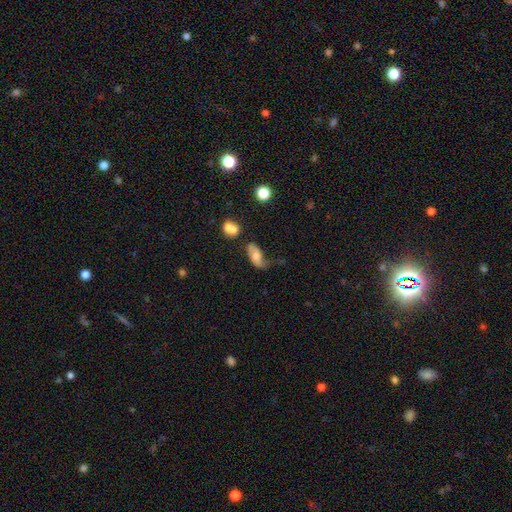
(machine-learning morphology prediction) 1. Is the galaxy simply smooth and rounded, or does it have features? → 46% featured or disk, 45% smooth, 10% star or artifact.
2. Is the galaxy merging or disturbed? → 36% none, 28% minor disturbance, 22% major disturbance, 13% merger.